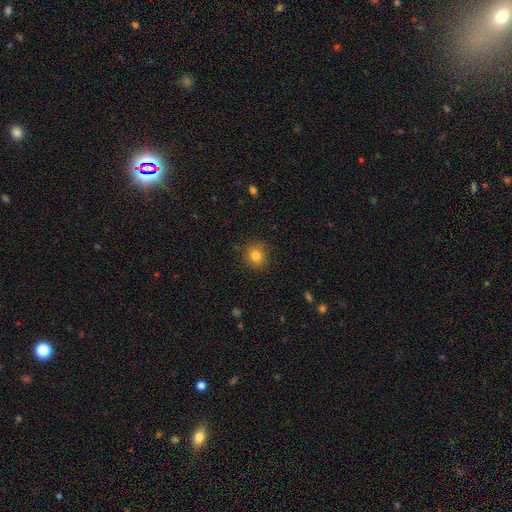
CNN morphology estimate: Overall: smooth (81%). How rounded: round (85%). Merging: none (84%).